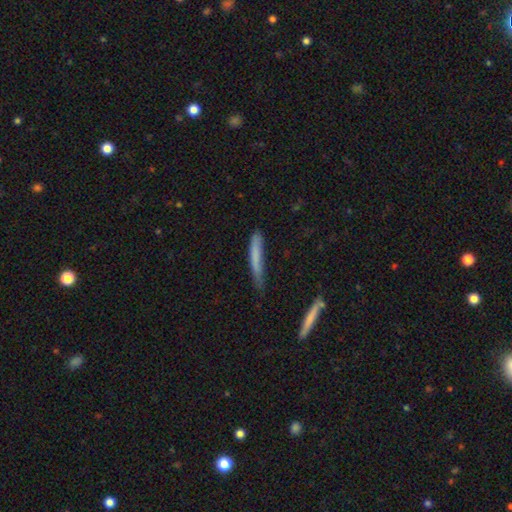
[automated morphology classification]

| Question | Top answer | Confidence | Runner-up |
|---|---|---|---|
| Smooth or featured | smooth | 72% | featured or disk (21%) |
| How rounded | cigar-shaped | 94% | in between (4%) |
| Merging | none | 55% | minor disturbance (32%) |